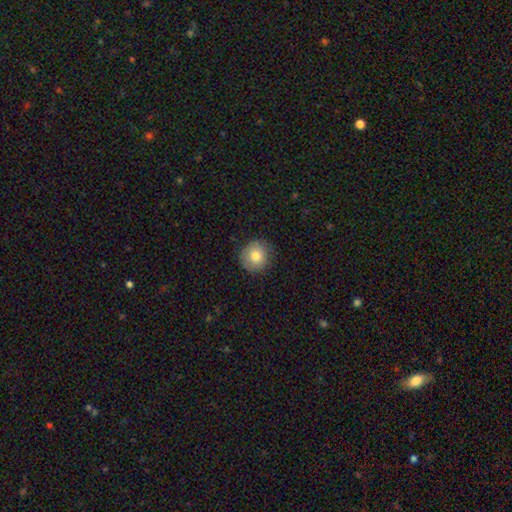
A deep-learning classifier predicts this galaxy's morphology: Smooth or featured? smooth (79%)
How rounded? round (90%)
Merging? none (84%)